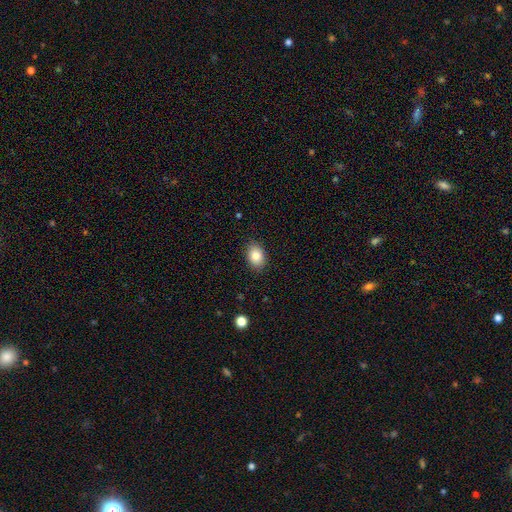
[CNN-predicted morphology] Smooth or featured? smooth (85%)
How rounded? in between (81%)
Merging? none (86%)